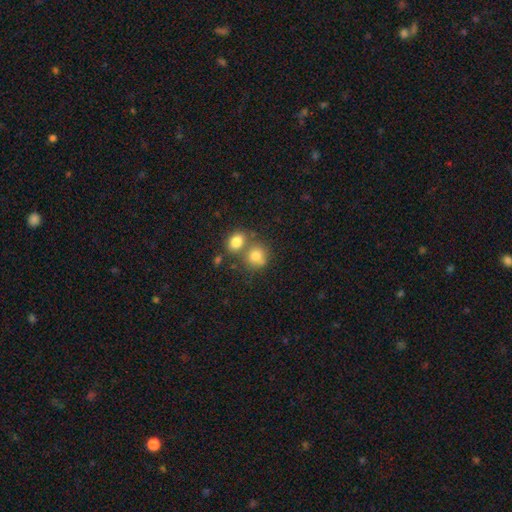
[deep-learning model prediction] This appears to be a smooth galaxy with no disk features (78%) that is round (70%). Merging: none (44%).